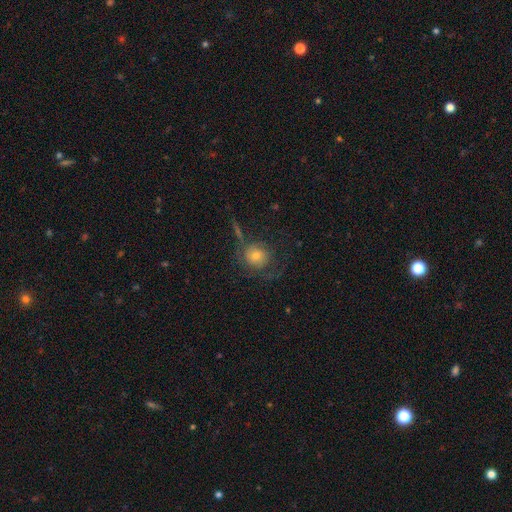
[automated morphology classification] Q: Smooth or featured?
A: smooth (45%); runner-up: featured or disk (42%)
Q: Merging?
A: none (52%); runner-up: major disturbance (23%)